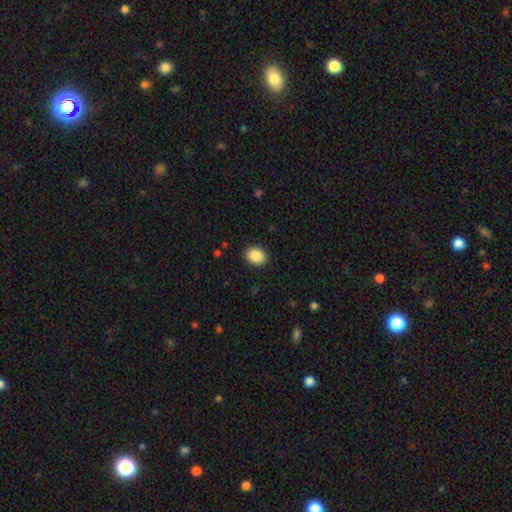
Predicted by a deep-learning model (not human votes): smooth-or-featured: smooth: 89% | star or artifact: 8% | featured or disk: 3%
  how-rounded: in between: 52% | round: 47% | cigar-shaped: 1%
  merging: none: 90% | minor disturbance: 7% | major disturbance: 2% | merger: 1%